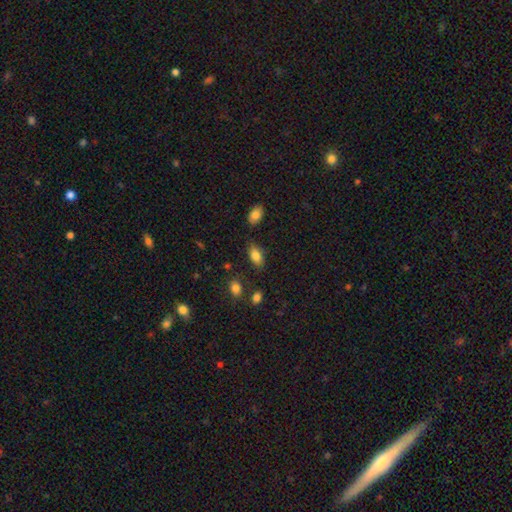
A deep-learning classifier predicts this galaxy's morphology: Q: Smooth or featured?
A: smooth (82%); runner-up: featured or disk (10%)
Q: How rounded?
A: in between (90%); runner-up: cigar-shaped (6%)
Q: Merging?
A: none (79%); runner-up: minor disturbance (14%)